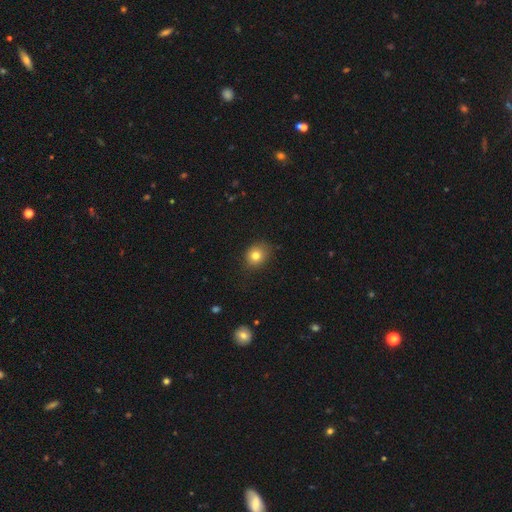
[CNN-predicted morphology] This is likely a smooth galaxy (79%). How rounded: likely round (70%). Merging: clearly none (83%).